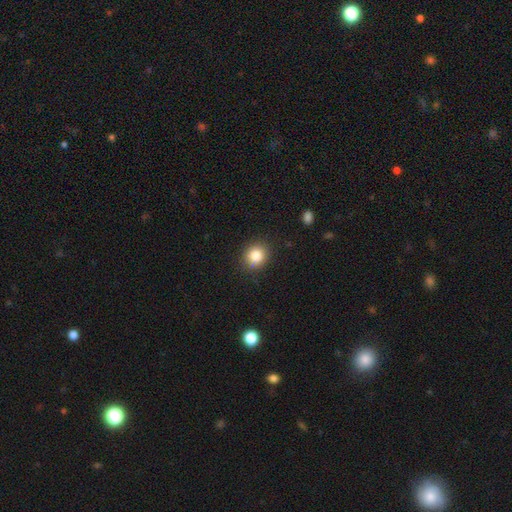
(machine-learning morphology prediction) smooth 84%, star or artifact 11%, featured or disk 6%. Down the decision tree: how rounded — round (76%); merging — none (85%).